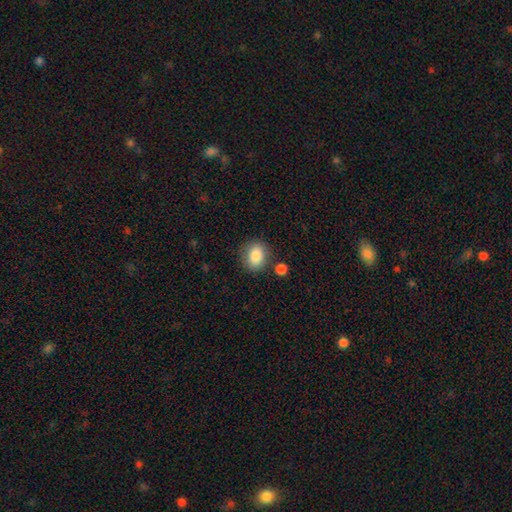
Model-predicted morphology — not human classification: The model was most divided on "how rounded": round: 52%, in between: 47%, cigar-shaped: 1%. More confident: smooth or featured — smooth (85%); merging — none (77%).